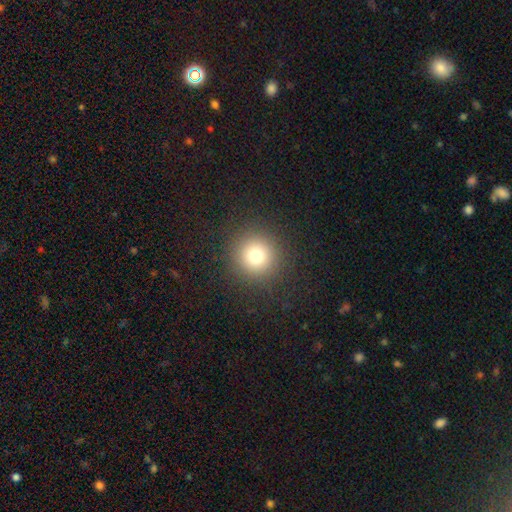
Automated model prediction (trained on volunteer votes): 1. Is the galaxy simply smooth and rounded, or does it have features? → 75% smooth, 16% star or artifact, 9% featured or disk.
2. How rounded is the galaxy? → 95% round, 4% in between, 1% cigar-shaped.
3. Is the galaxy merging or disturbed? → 91% none, 5% minor disturbance, 3% major disturbance, 1% merger.